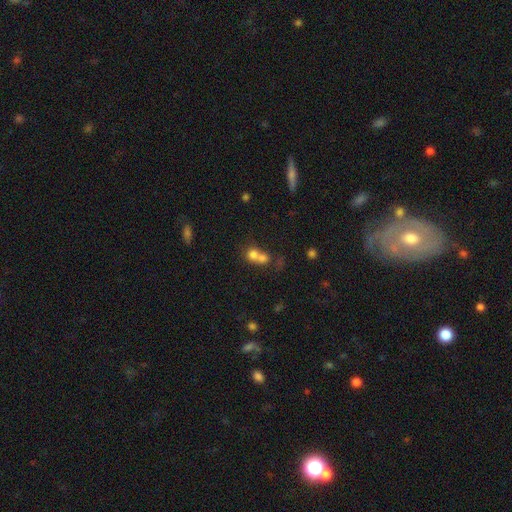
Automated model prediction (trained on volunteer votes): The model was most divided on "merging": merger: 67%, none: 24%, minor disturbance: 5%, major disturbance: 4%. More confident: how rounded — round (73%); smooth or featured — smooth (72%).